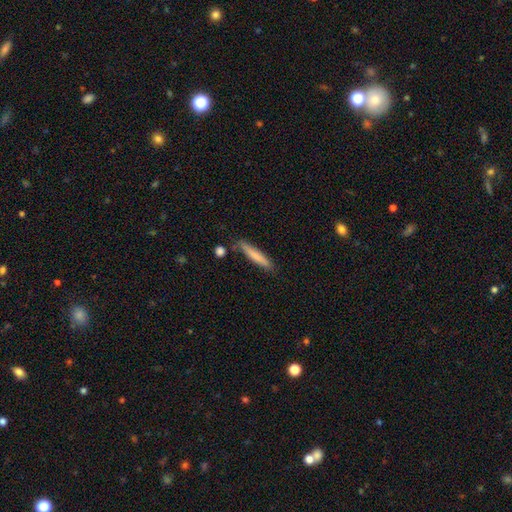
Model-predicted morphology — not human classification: smooth_or_featured: smooth (p=0.77) [alt: featured or disk p=0.17]
how_rounded: cigar-shaped (p=0.91) [alt: in between p=0.07]
merging: none (p=0.80) [alt: minor disturbance p=0.14]